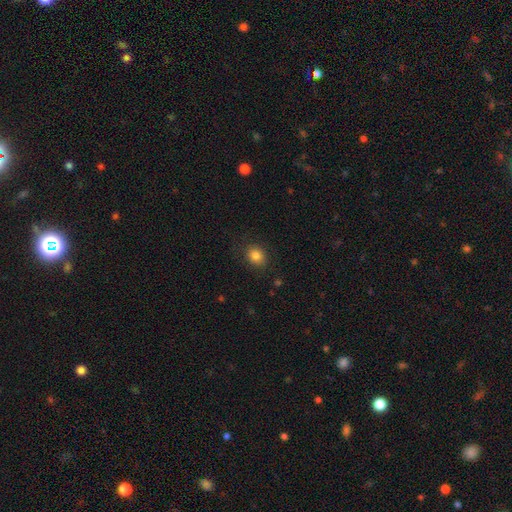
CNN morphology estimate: This is clearly a smooth galaxy (84%). How rounded: likely round (60%). Merging: clearly none (86%).